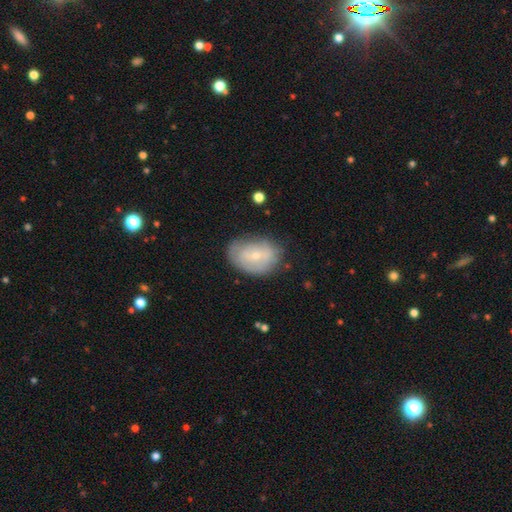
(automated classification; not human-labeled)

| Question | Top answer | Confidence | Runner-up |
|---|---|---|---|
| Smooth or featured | smooth | 49% | featured or disk (43%) |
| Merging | none | 65% | minor disturbance (25%) |